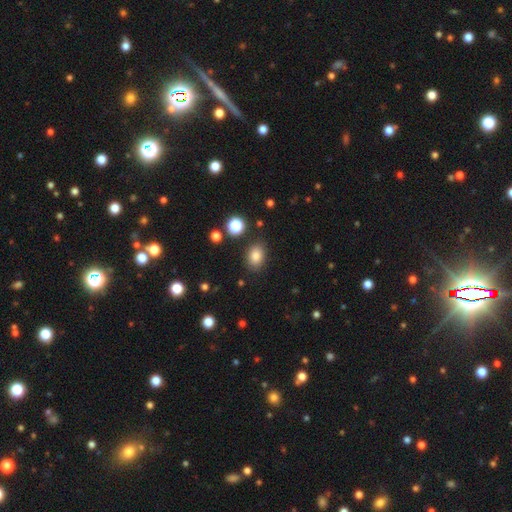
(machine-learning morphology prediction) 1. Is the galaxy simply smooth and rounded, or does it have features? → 82% smooth, 12% star or artifact, 6% featured or disk.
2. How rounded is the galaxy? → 71% in between, 28% round, 1% cigar-shaped.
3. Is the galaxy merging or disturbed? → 84% none, 10% minor disturbance, 3% major disturbance, 2% merger.